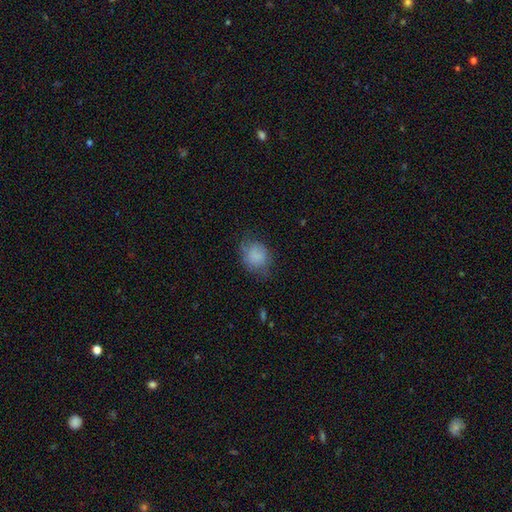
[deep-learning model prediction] Smooth or featured? Predicted: smooth (p=0.80). How rounded? Predicted: round (p=0.58). Merging? Predicted: none (p=0.62).